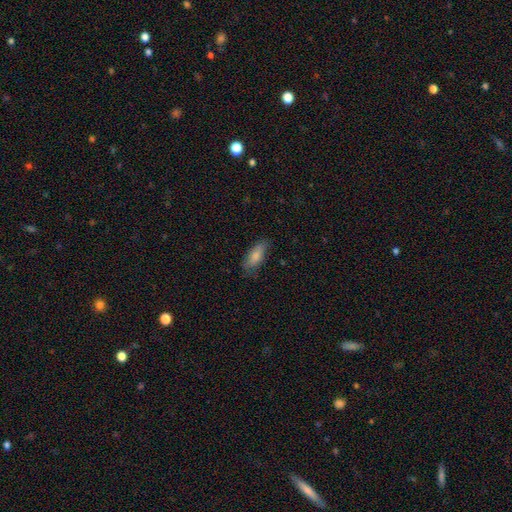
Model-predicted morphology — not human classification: A smooth galaxy with no disk features (80%) that is in between round and cigar-shaped (73%). Merging: none (75%).